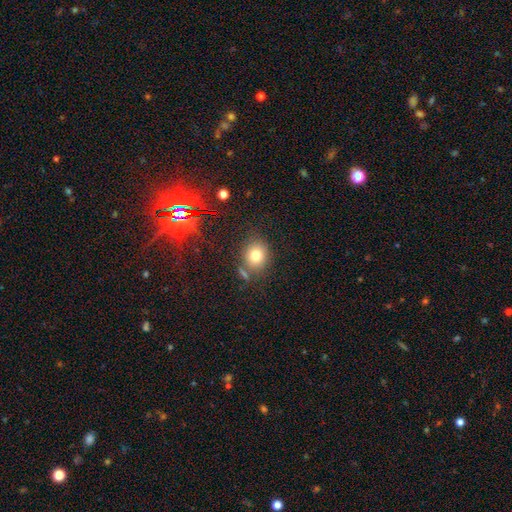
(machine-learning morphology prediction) type=smooth (75%); roundness=round (71%); merging=none (74%).